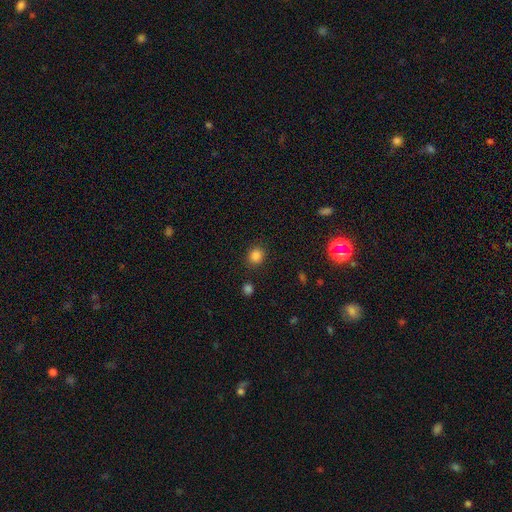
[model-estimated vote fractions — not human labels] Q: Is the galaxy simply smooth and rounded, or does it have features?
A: smooth — 84%.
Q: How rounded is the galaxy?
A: round — 77%.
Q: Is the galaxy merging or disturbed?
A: none — 86%.